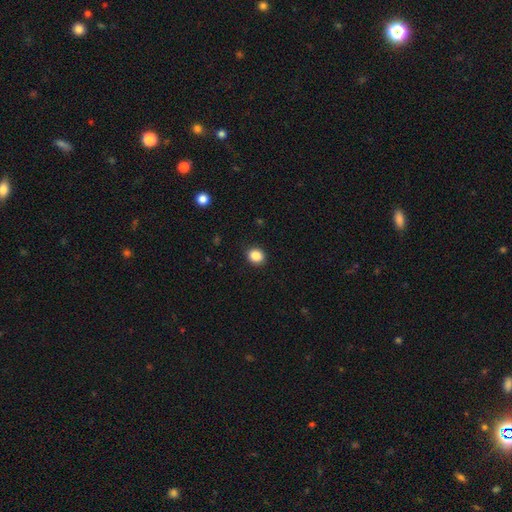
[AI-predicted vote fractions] A smooth galaxy with no disk features (87%) that is round (69%). Merging: none (90%).